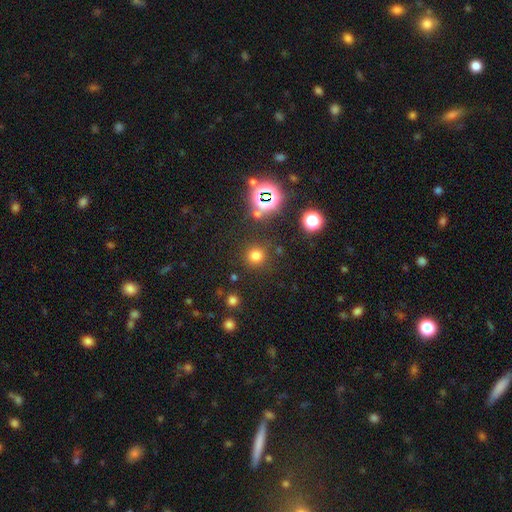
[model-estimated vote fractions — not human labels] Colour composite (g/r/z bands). It shows a smooth galaxy with no disk features (71%) that is round (94%). Merging: none (86%).